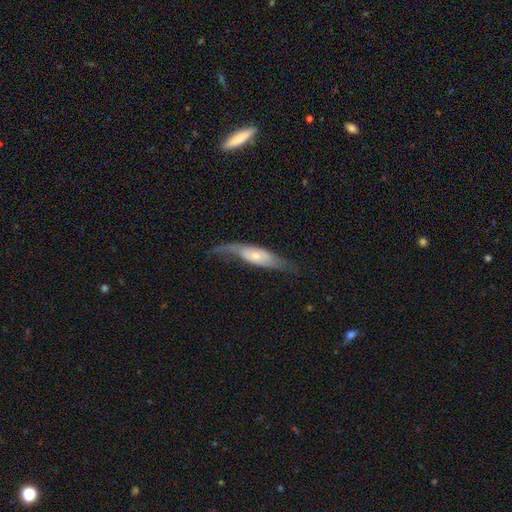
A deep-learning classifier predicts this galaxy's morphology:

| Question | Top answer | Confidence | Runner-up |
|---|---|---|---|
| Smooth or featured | featured or disk | 62% | smooth (32%) |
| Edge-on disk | no | 67% | yes (33%) |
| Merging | none | 51% | minor disturbance (26%) |